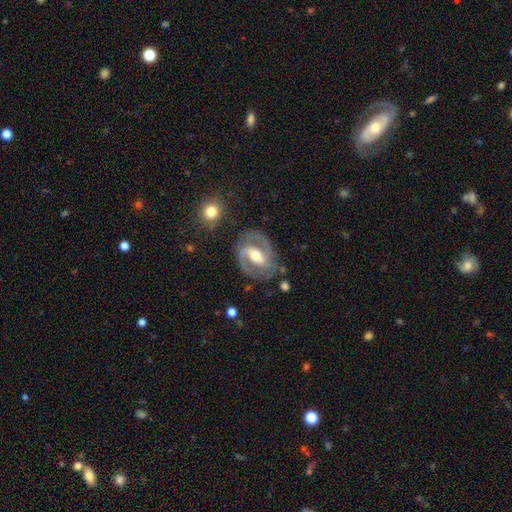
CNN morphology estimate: The model was most divided on "bar": strong: 47%, weak: 37%, no: 16%. More confident: edge-on disk — no (97%); spiral arms — yes (95%); spiral arm count — 2 (90%); smooth or featured — featured or disk (88%); merging — none (76%); bulge size — moderate (69%); spiral winding — medium (55%).